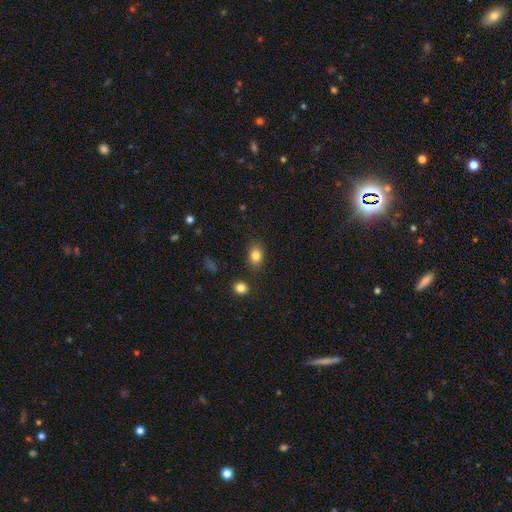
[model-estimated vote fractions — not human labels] Smooth or featured?
  - smooth: 83% *
  - star or artifact: 10%
  - featured or disk: 7%
How rounded?
  - in between: 70% *
  - round: 29%
  - cigar-shaped: 1%
Merging?
  - none: 83% *
  - minor disturbance: 11%
  - merger: 3%
  - major disturbance: 3%